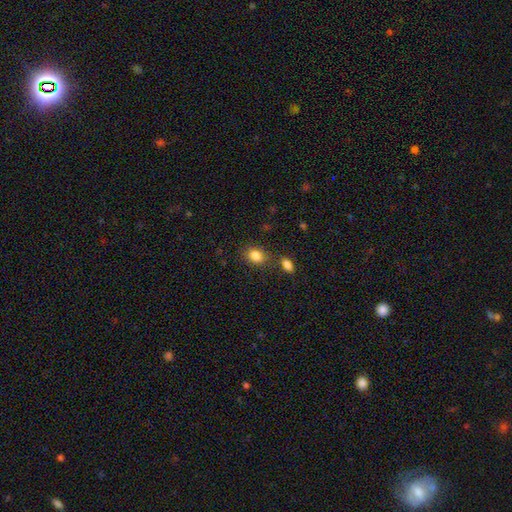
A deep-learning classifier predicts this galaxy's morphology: smooth_or_featured: smooth (p=0.85) [alt: star or artifact p=0.09]
how_rounded: in between (p=0.67) [alt: round p=0.31]
merging: none (p=0.73) [alt: minor disturbance p=0.13]